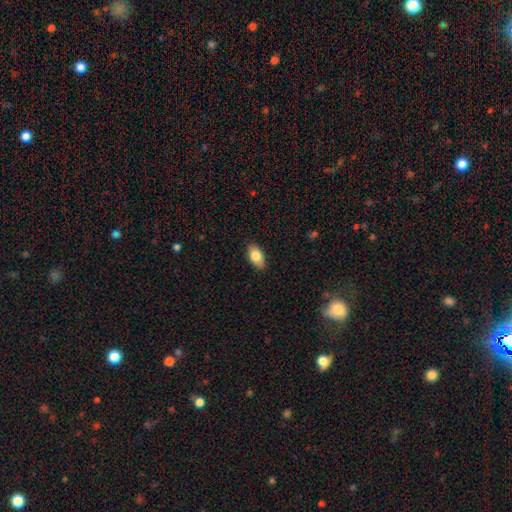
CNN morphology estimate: A smooth galaxy with no disk features (81%) that is in between round and cigar-shaped (92%). Merging: none (87%).